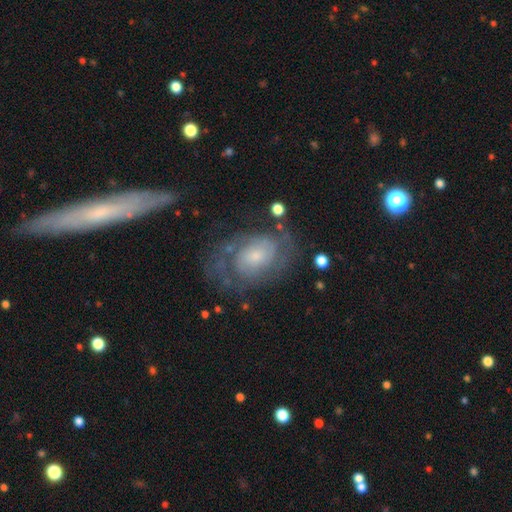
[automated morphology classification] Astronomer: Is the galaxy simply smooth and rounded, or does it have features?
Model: featured or disk — 78%.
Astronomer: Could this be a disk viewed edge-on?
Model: no — 97%.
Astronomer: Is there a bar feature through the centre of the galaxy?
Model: no — 72%.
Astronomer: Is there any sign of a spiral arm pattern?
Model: yes — 89%.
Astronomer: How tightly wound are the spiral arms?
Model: tight — 55% (runner-up: medium, 34%).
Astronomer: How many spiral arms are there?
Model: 2 — 53%.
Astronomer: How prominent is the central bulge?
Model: small — 58%.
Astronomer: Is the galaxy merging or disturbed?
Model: none — 66%.